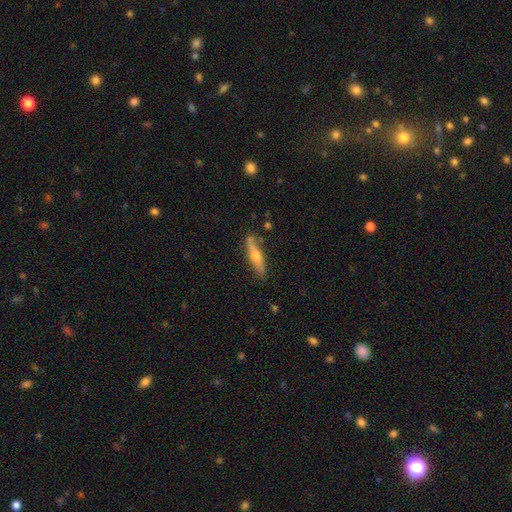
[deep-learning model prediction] smooth-or-featured: featured or disk: 53% | smooth: 42% | star or artifact: 6%
  disk-edge-on: yes: 88% | no: 12%
  merging: none: 78% | minor disturbance: 16% | merger: 3% | major disturbance: 3%